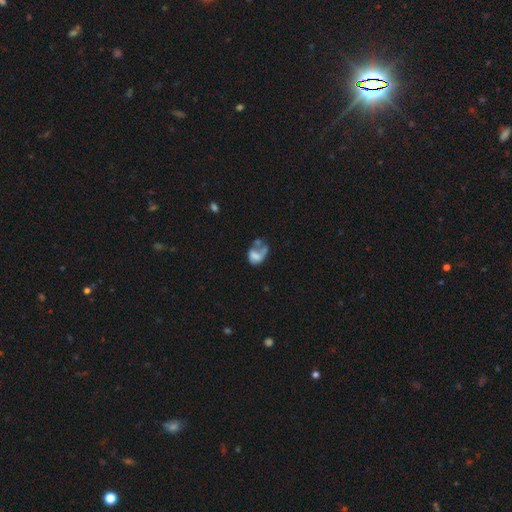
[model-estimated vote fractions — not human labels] Smooth or featured? Predicted: smooth (p=0.45). Merging? Predicted: major disturbance (p=0.40).